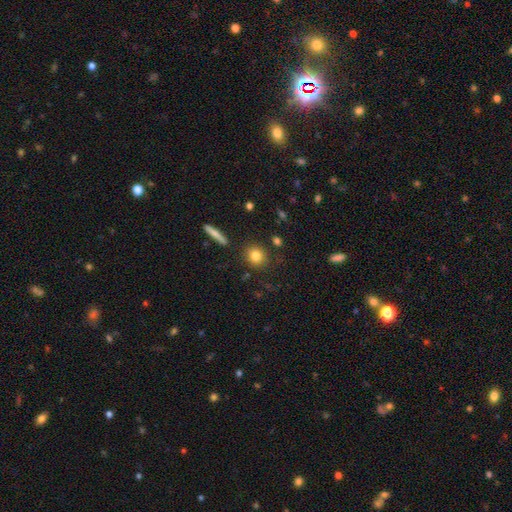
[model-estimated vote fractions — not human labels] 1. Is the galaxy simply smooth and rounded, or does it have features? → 82% smooth, 10% star or artifact, 9% featured or disk.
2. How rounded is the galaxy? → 82% round, 16% in between, 2% cigar-shaped.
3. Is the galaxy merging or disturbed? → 85% none, 9% minor disturbance, 3% merger, 3% major disturbance.